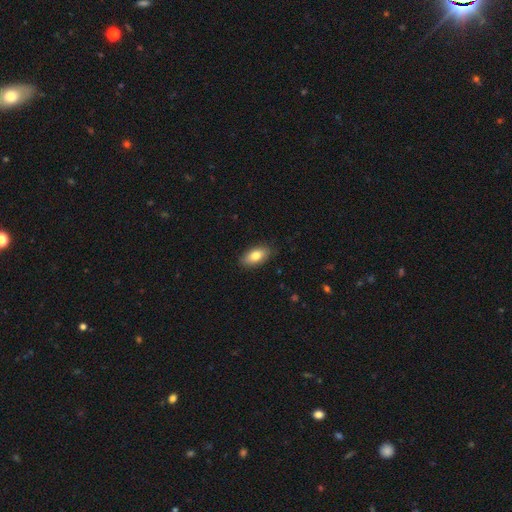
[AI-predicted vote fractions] Q: Smooth or featured?
A: smooth (81%); runner-up: featured or disk (12%)
Q: How rounded?
A: in between (91%); runner-up: cigar-shaped (5%)
Q: Merging?
A: none (87%); runner-up: minor disturbance (10%)